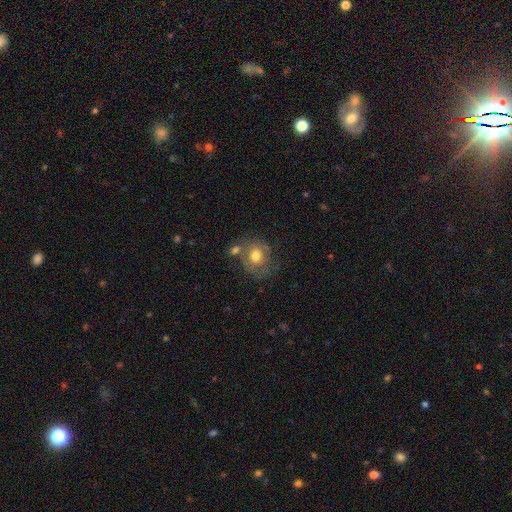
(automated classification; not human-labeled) This is possibly a smooth galaxy (59%). How rounded: likely round (73%). Merging: possibly none (47%).